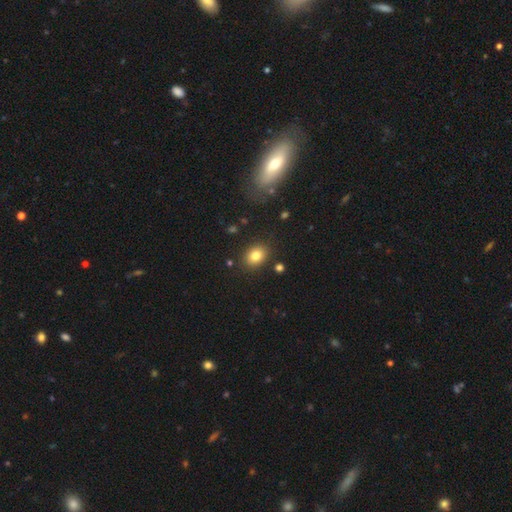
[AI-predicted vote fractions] smooth-or-featured: smooth: 82% | star or artifact: 10% | featured or disk: 8%
  how-rounded: in between: 64% | round: 35% | cigar-shaped: 1%
  merging: none: 86% | minor disturbance: 9% | major disturbance: 3% | merger: 2%